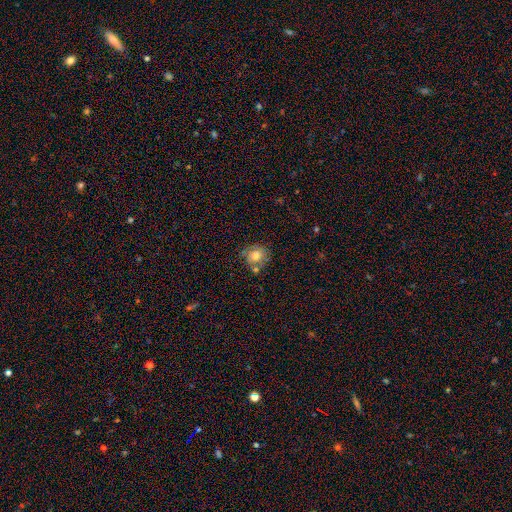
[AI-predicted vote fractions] The model was most divided on "merging": none: 60%, minor disturbance: 20%, merger: 14%, major disturbance: 7%. More confident: how rounded — round (78%); smooth or featured — smooth (73%).